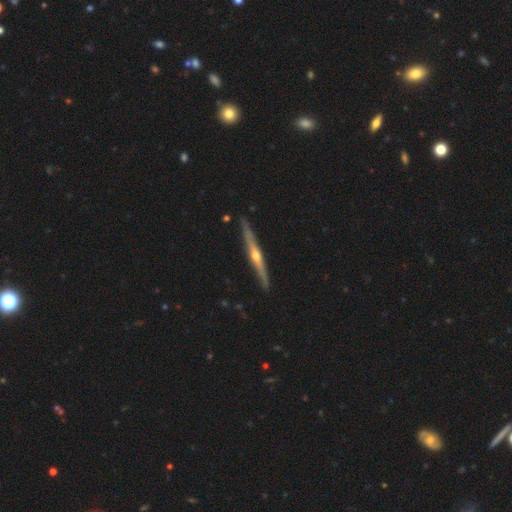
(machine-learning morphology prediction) Smooth or featured: featured or disk — 78% (smooth — 17%)
Edge-on disk: yes — 97% (no — 3%)
Edge-on bulge: rounded — 87% (none — 10%)
Merging: none — 89% (minor disturbance — 8%)